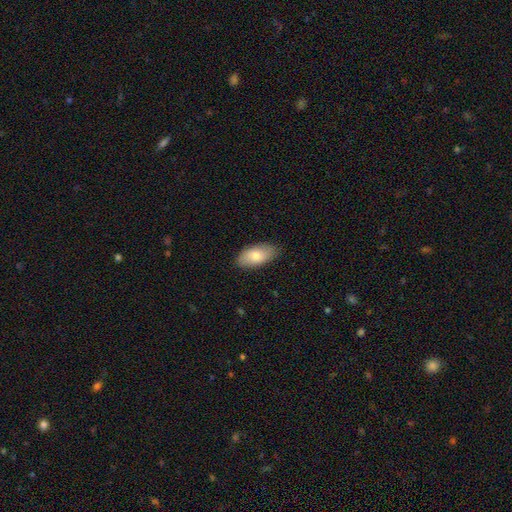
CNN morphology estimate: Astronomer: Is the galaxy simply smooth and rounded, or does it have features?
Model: smooth — 77%.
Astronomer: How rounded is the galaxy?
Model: in between — 93%.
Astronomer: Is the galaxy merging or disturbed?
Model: none — 84%.